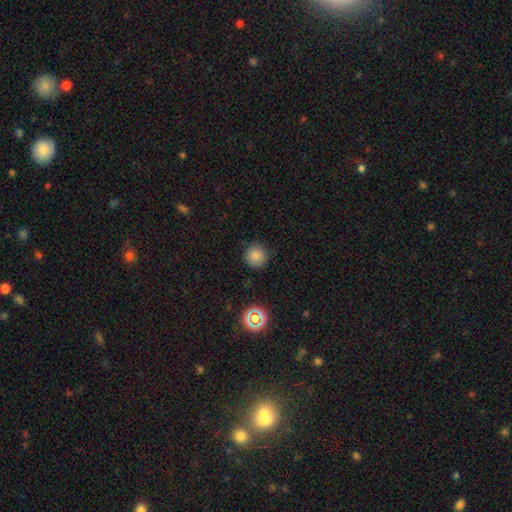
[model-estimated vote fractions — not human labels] Morphology: type=smooth (82%); roundness=round (95%); merging=none (89%).